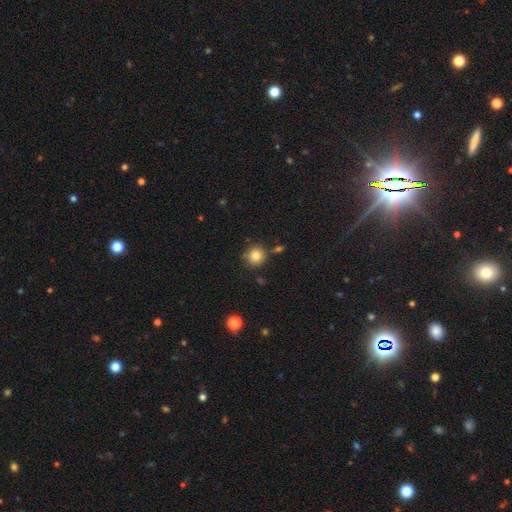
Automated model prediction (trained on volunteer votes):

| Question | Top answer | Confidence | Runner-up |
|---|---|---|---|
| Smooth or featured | smooth | 82% | star or artifact (11%) |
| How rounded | round | 91% | in between (8%) |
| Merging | none | 81% | minor disturbance (9%) |